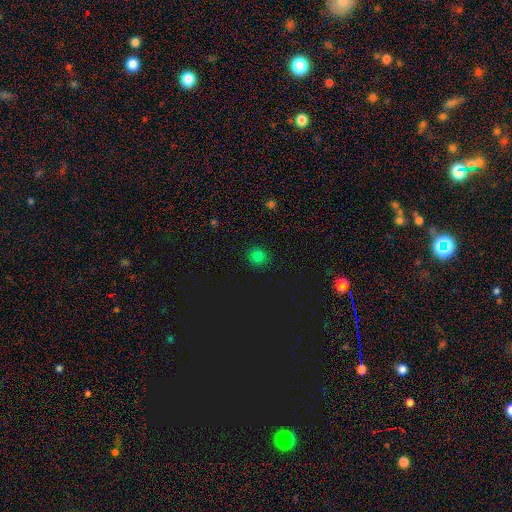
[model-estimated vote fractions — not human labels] Smooth or featured?
  - smooth: 76% *
  - star or artifact: 20%
  - featured or disk: 3%
How rounded?
  - round: 90% *
  - in between: 9%
  - cigar-shaped: 1%
Merging?
  - none: 90% *
  - minor disturbance: 7%
  - major disturbance: 2%
  - merger: 1%